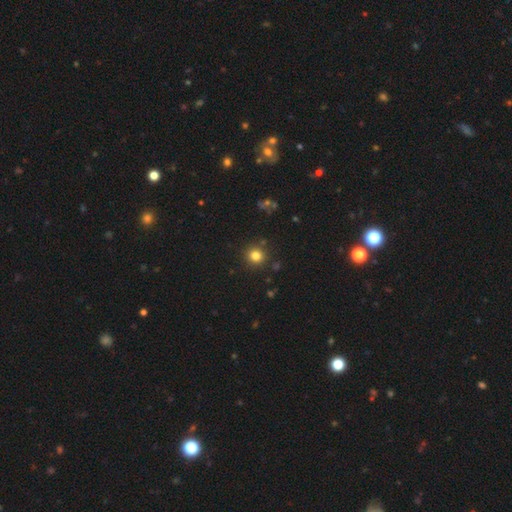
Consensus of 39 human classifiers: Q: Smooth or featured?
A: smooth (85%); runner-up: featured or disk (10%)
Q: How rounded?
A: round (91%); runner-up: in between (9%)
Q: Merging?
A: none (89%); runner-up: merger (8%)